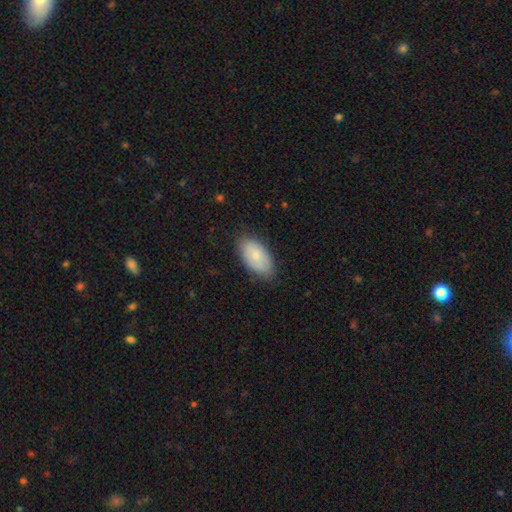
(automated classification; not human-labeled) smooth-or-featured: smooth: 74% | featured or disk: 20% | star or artifact: 6%
  how-rounded: in between: 95% | round: 3% | cigar-shaped: 2%
  merging: none: 79% | minor disturbance: 17% | major disturbance: 3% | merger: 1%